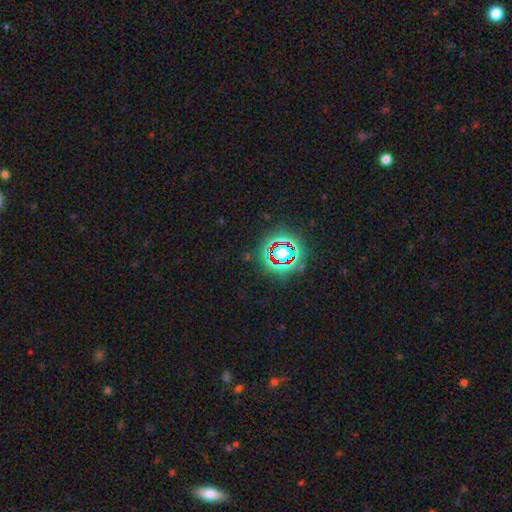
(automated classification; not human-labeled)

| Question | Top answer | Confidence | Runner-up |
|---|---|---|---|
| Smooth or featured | star or artifact | 79% | smooth (13%) |